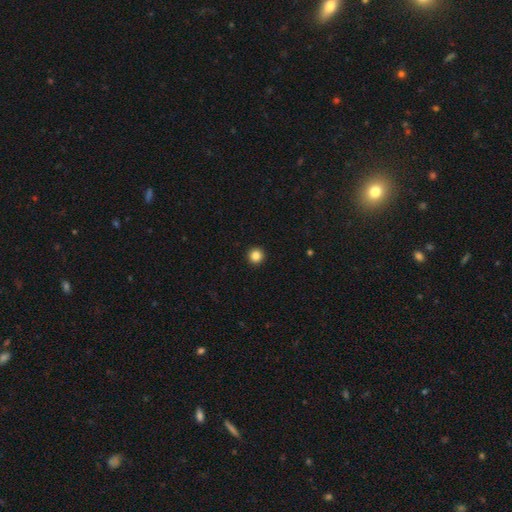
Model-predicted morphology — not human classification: smooth 85%, star or artifact 11%, featured or disk 4%. Down the decision tree: how rounded — round (96%); merging — none (94%).